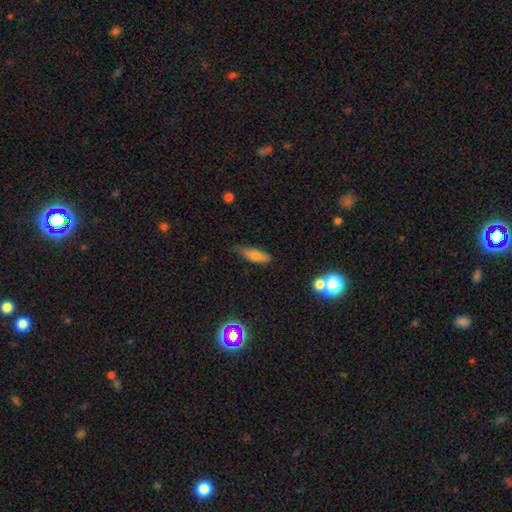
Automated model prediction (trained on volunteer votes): Smooth or featured? smooth (71%)
How rounded? cigar-shaped (49%)
Merging? none (65%)